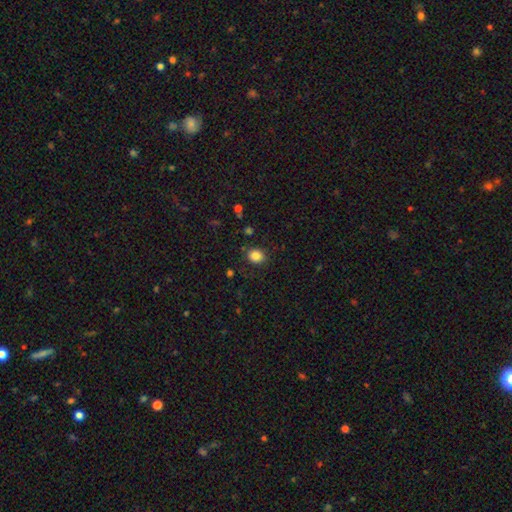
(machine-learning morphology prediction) Overall: smooth (84%). How rounded: round (71%). Merging: none (86%).